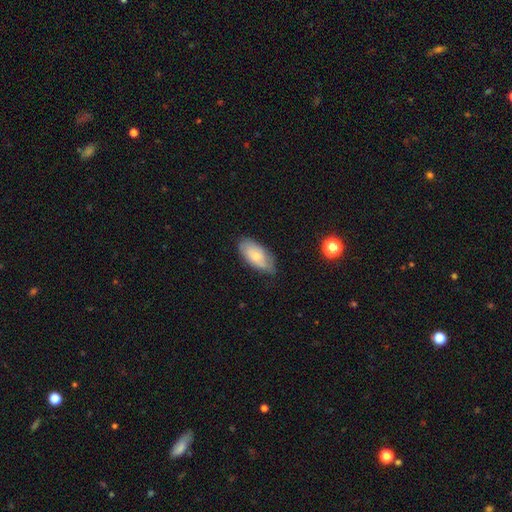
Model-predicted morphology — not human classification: A smooth galaxy with no disk features (66%) that is in between round and cigar-shaped (92%). Merging: none (66%).